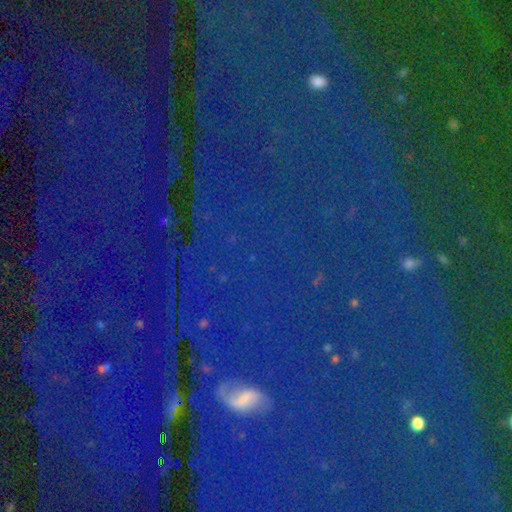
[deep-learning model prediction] This is likely a star or artifact rather than a galaxy (79%).